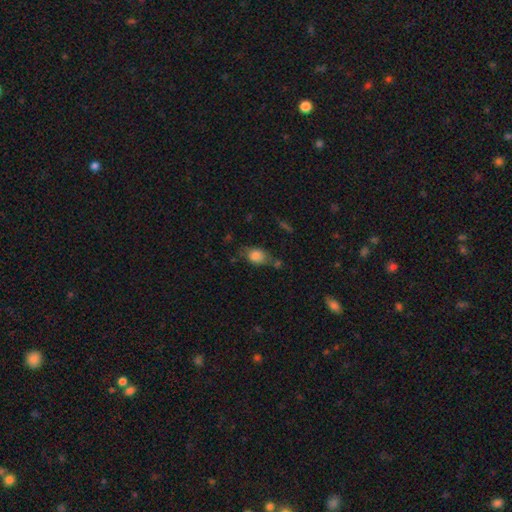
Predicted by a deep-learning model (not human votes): smooth_or_featured: smooth (p=0.79) [alt: featured or disk p=0.12]
how_rounded: in between (p=0.71) [alt: round p=0.26]
merging: none (p=0.52) [alt: minor disturbance p=0.26]